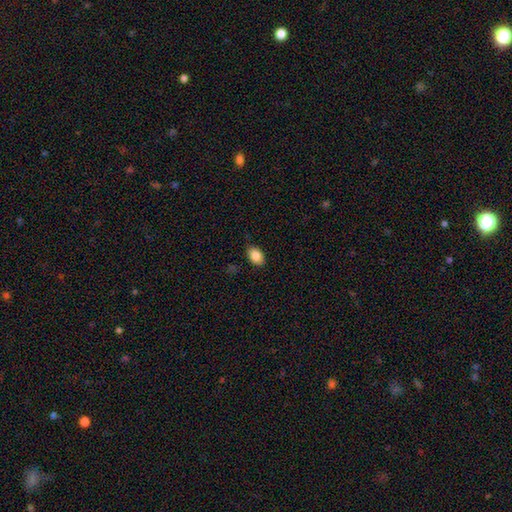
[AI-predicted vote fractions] smooth_or_featured: smooth (p=0.86) [alt: star or artifact p=0.08]
how_rounded: in between (p=0.86) [alt: round p=0.13]
merging: none (p=0.85) [alt: minor disturbance p=0.11]